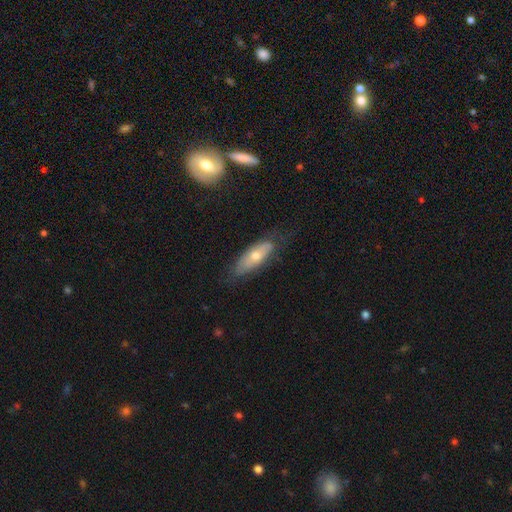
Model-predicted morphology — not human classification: Smooth or featured? smooth (50%)
How rounded? in between (67%)
Merging? none (68%)